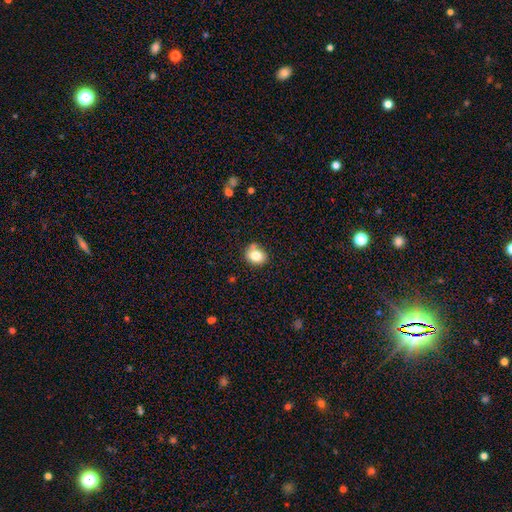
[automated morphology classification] Smooth or featured?
  - smooth: 81% *
  - star or artifact: 10%
  - featured or disk: 9%
How rounded?
  - round: 61% *
  - in between: 38%
  - cigar-shaped: 1%
Merging?
  - none: 69% *
  - minor disturbance: 18%
  - merger: 9%
  - major disturbance: 4%